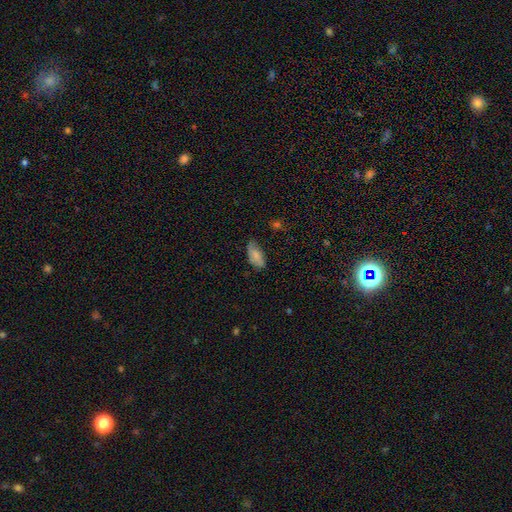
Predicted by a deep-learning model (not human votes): Smooth or featured?
  - smooth: 79% *
  - featured or disk: 14%
  - star or artifact: 7%
How rounded?
  - in between: 90% *
  - cigar-shaped: 7%
  - round: 2%
Merging?
  - none: 63% *
  - minor disturbance: 29%
  - major disturbance: 6%
  - merger: 2%